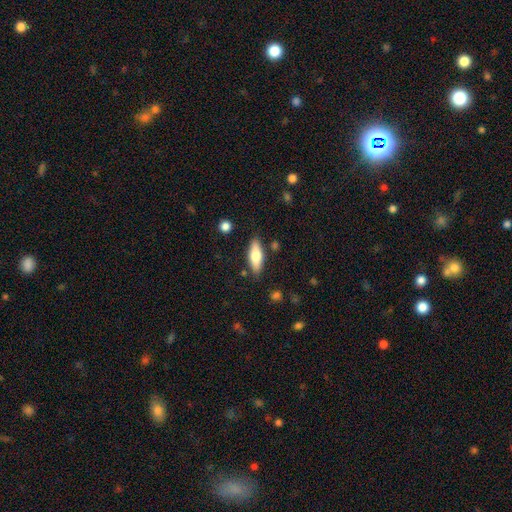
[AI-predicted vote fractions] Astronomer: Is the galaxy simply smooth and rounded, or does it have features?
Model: smooth — 66%.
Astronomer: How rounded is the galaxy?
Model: in between — 60% (runner-up: cigar-shaped, 38%).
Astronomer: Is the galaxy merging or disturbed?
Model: none — 84%.